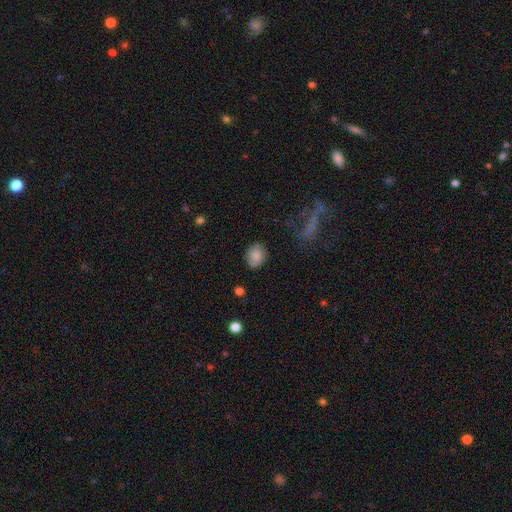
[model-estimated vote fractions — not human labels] Smooth or featured? smooth (82%)
How rounded? round (58%)
Merging? none (77%)